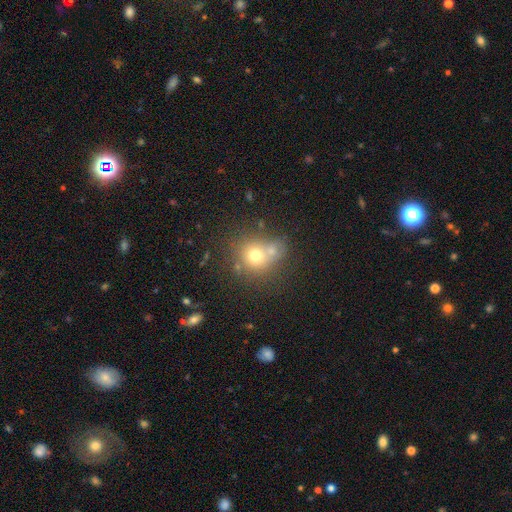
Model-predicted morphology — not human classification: Smooth or featured?
  - smooth: 69% *
  - featured or disk: 16%
  - star or artifact: 15%
How rounded?
  - round: 82% *
  - in between: 17%
  - cigar-shaped: 1%
Merging?
  - none: 47% *
  - merger: 36%
  - minor disturbance: 12%
  - major disturbance: 6%